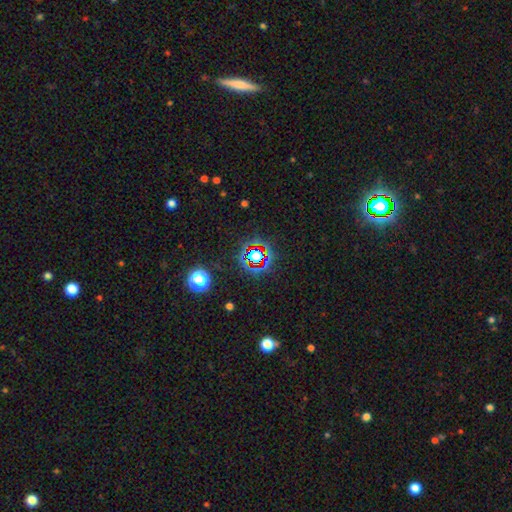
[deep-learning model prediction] A star or artifact, not a galaxy (72%).

Vote fractions:
- Smooth or featured? star or artifact: 72% / smooth: 18% / featured or disk: 10%